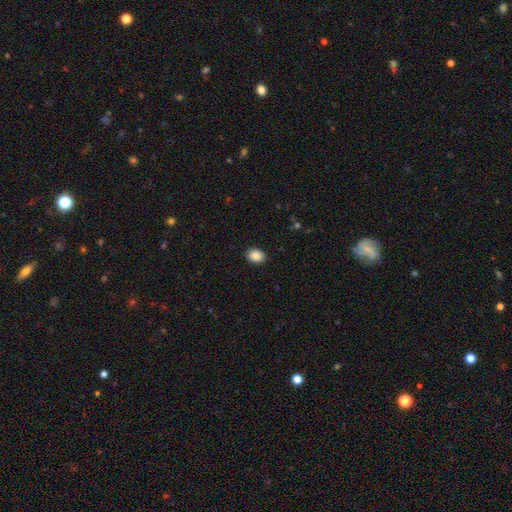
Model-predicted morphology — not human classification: This is clearly a smooth galaxy (89%). How rounded: likely in between (61%). Merging: clearly none (91%).